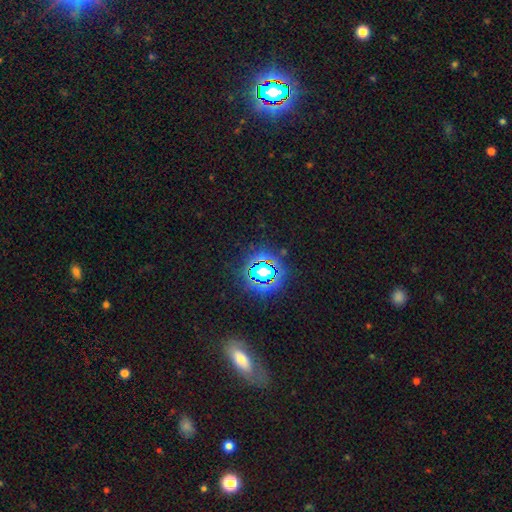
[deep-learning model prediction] smooth_or_featured: star or artifact (p=0.72) [alt: smooth p=0.18]